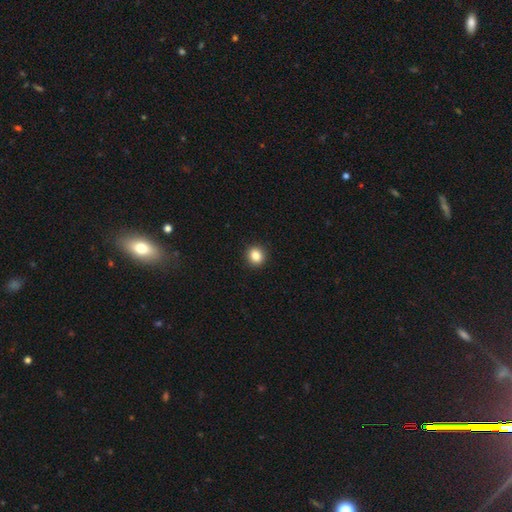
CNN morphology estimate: The model was most divided on "smooth or featured": smooth: 85%, star or artifact: 11%, featured or disk: 4%. More confident: merging — none (93%); how rounded — round (89%).